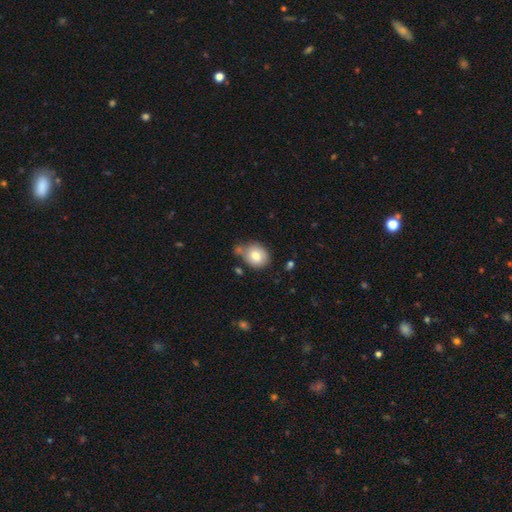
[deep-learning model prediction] smooth_or_featured: smooth (p=0.80) [alt: featured or disk p=0.12]
how_rounded: round (p=0.66) [alt: in between p=0.33]
merging: none (p=0.62) [alt: minor disturbance p=0.19]